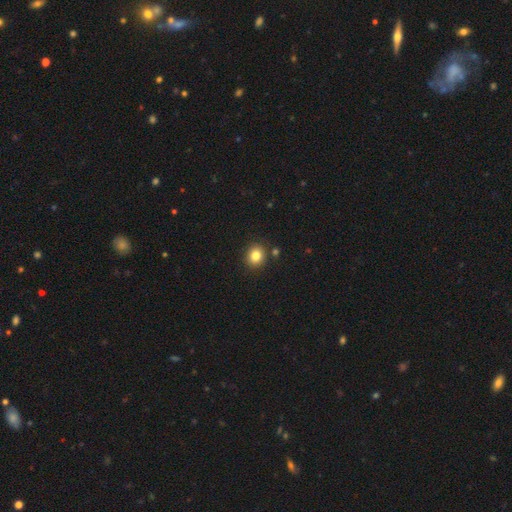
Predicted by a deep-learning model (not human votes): This is clearly a smooth galaxy (83%). How rounded: likely round (75%). Merging: clearly none (86%).